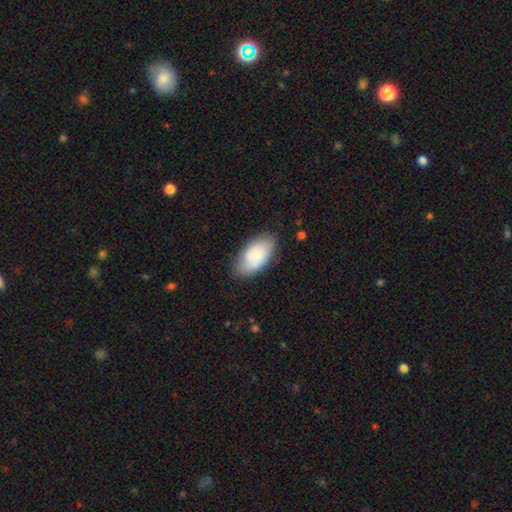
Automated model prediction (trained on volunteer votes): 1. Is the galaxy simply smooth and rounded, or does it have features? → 73% smooth, 20% featured or disk, 7% star or artifact.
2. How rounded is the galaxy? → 94% in between, 4% round, 2% cigar-shaped.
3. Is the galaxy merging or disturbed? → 77% none, 17% minor disturbance, 4% major disturbance, 2% merger.